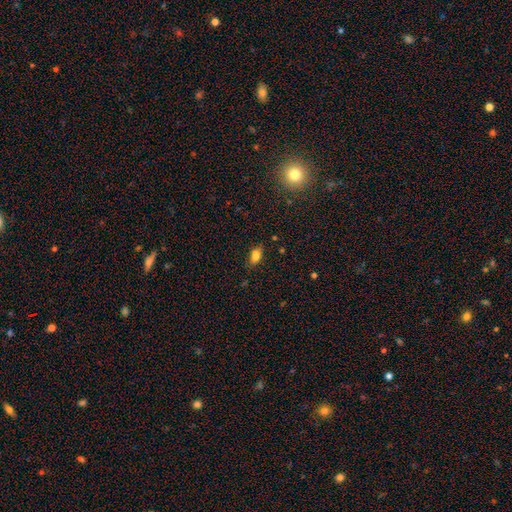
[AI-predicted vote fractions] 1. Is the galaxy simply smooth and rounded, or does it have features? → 80% smooth, 11% star or artifact, 9% featured or disk.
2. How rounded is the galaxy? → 86% in between, 9% round, 6% cigar-shaped.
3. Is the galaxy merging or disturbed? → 78% none, 17% minor disturbance, 3% major disturbance, 2% merger.